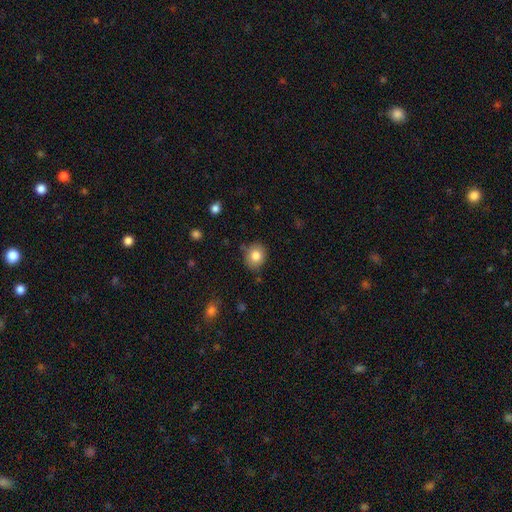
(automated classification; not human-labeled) smooth 82%, star or artifact 10%, featured or disk 8%. Down the decision tree: how rounded — round (75%); merging — none (80%).